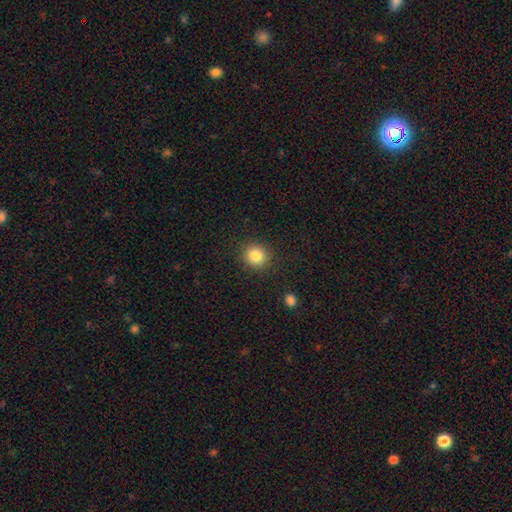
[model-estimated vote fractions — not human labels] A smooth galaxy with no disk features (83%) that is round (87%).

Vote fractions:
- Smooth or featured? smooth: 83% / star or artifact: 11% / featured or disk: 6%
- How rounded? round: 87% / in between: 12% / cigar-shaped: 1%
- Merging? none: 90% / minor disturbance: 6% / major disturbance: 2% / merger: 1%